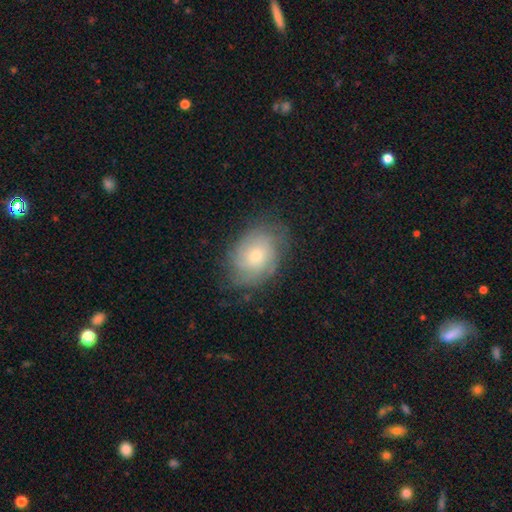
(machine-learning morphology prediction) featured or disk 55%, smooth 36%, star or artifact 8%. Down the decision tree: edge-on disk — no (96%); bar — no (80%); spiral arms — yes (82%); bulge size — small (50%); merging — none (73%).